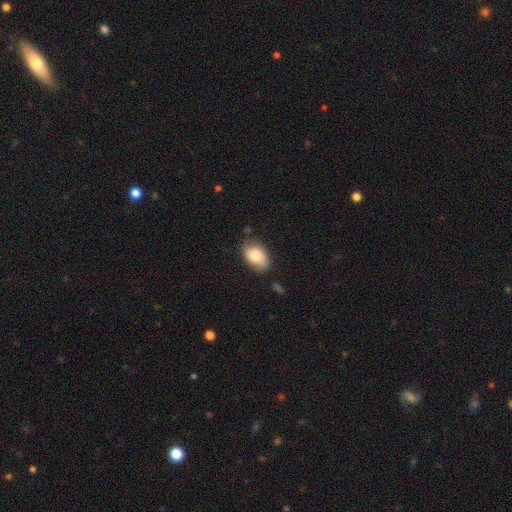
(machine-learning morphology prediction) Smooth or featured?
  - smooth: 81% *
  - featured or disk: 13%
  - star or artifact: 6%
How rounded?
  - in between: 90% *
  - round: 8%
  - cigar-shaped: 1%
Merging?
  - none: 74% *
  - minor disturbance: 20%
  - major disturbance: 4%
  - merger: 2%